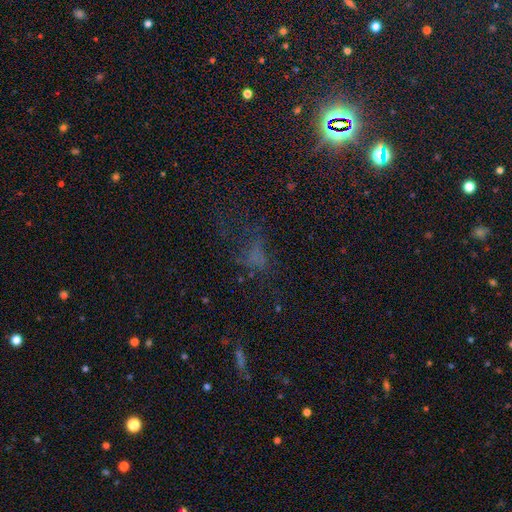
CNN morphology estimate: smooth_or_featured: star or artifact (p=0.40) [alt: smooth p=0.37]